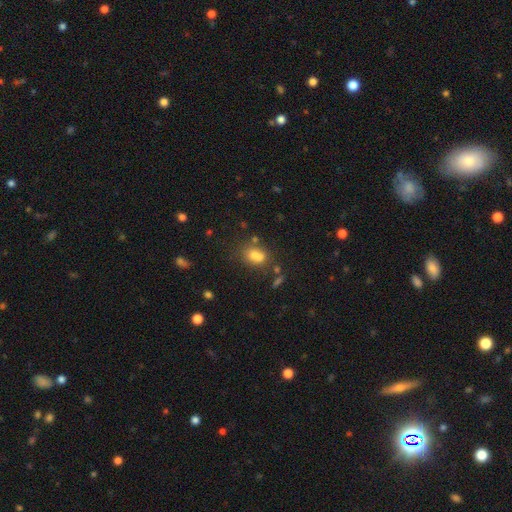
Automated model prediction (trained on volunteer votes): smooth 69%, star or artifact 16%, featured or disk 15%. Down the decision tree: how rounded — in between (52%); merging — none (43%).